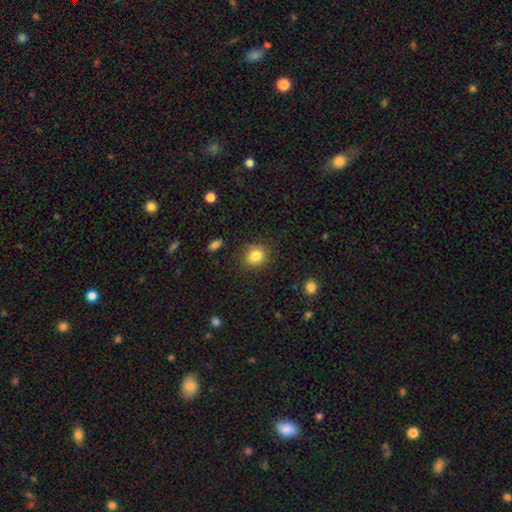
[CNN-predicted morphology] smooth_or_featured: smooth (p=0.84) [alt: star or artifact p=0.10]
how_rounded: round (p=0.75) [alt: in between p=0.24]
merging: none (p=0.86) [alt: minor disturbance p=0.10]